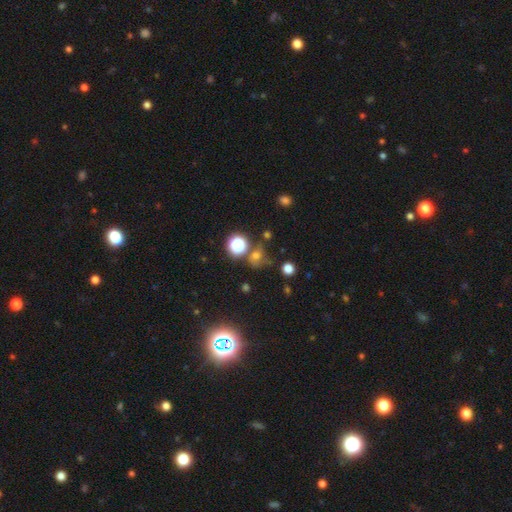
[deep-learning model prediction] A smooth galaxy with no disk features (53%) that is round (76%). Merging: none (59%).